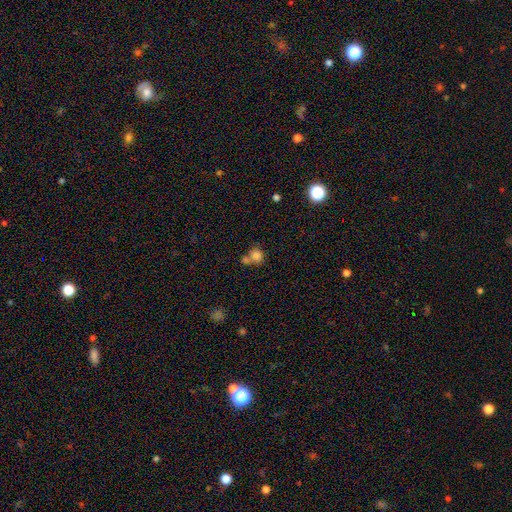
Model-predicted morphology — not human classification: A smooth galaxy with no disk features (80%) that is round (80%).

Vote fractions:
- Smooth or featured? smooth: 80% / star or artifact: 12% / featured or disk: 8%
- How rounded? round: 80% / in between: 19% / cigar-shaped: 1%
- Merging? merger: 48% / none: 39% / minor disturbance: 9% / major disturbance: 5%